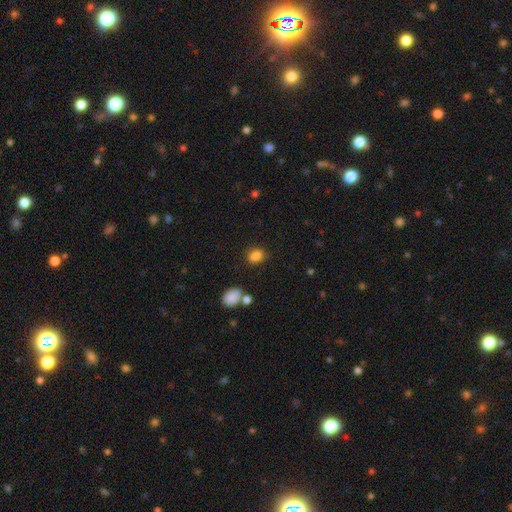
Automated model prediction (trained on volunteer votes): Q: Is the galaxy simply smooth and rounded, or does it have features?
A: smooth — 83%.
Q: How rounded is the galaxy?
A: in between — 60%.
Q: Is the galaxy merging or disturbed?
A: none — 70%.